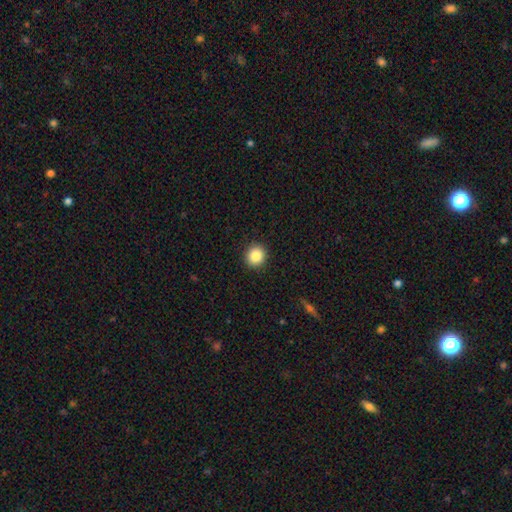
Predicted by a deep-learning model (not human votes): Smooth or featured: smooth — 87% (star or artifact — 9%)
How rounded: round — 87% (in between — 12%)
Merging: none — 92% (minor disturbance — 5%)